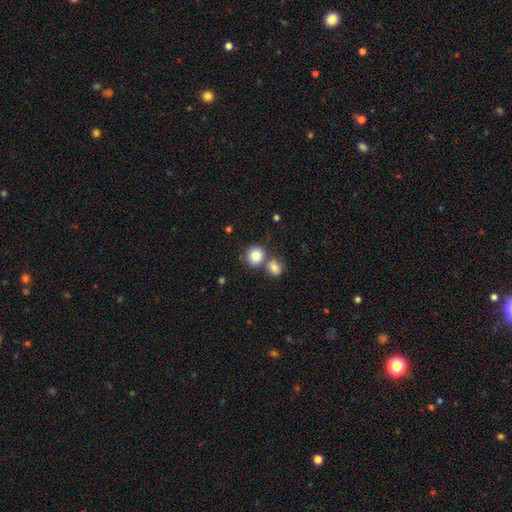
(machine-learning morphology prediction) Smooth or featured? Predicted: smooth (p=0.83). How rounded? Predicted: round (p=0.80). Merging? Predicted: none (p=0.53).